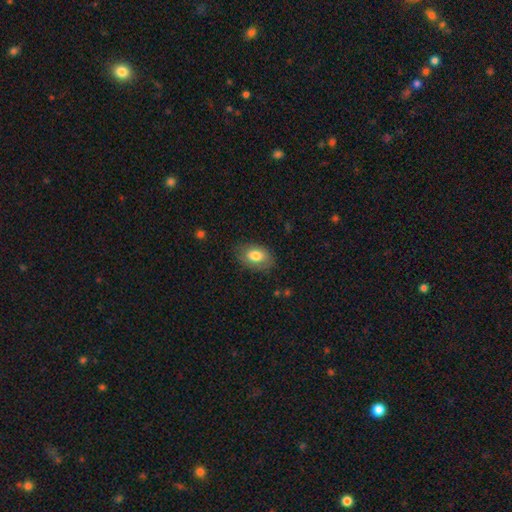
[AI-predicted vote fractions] This is likely a smooth galaxy (77%). How rounded: clearly in between (86%). Merging: likely none (76%).